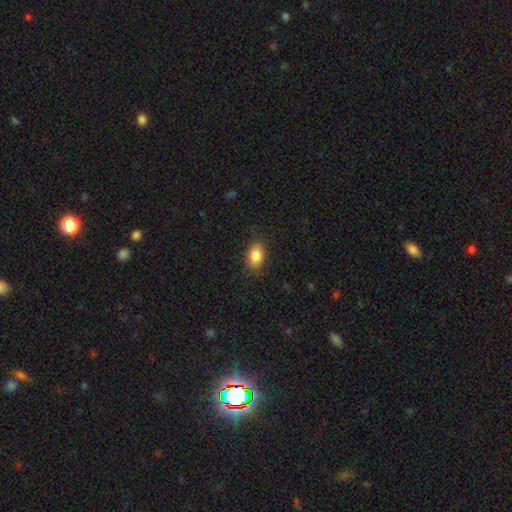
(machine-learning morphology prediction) Smooth or featured? Predicted: smooth (p=0.85). How rounded? Predicted: in between (p=0.84). Merging? Predicted: none (p=0.83).